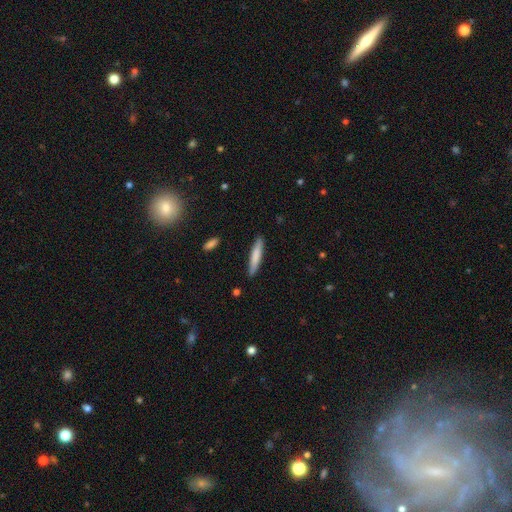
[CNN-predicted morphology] Smooth or featured?
  - smooth: 77% *
  - featured or disk: 18%
  - star or artifact: 5%
How rounded?
  - cigar-shaped: 91% *
  - in between: 8%
  - round: 1%
Merging?
  - none: 89% *
  - minor disturbance: 8%
  - major disturbance: 2%
  - merger: 1%